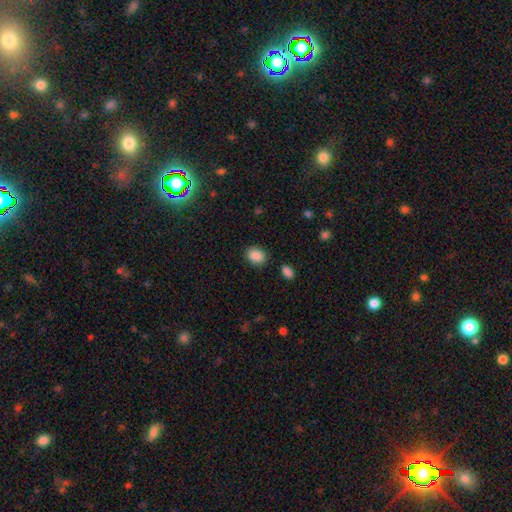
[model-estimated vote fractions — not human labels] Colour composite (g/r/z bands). It shows a smooth galaxy with no disk features (88%) that is in between round and cigar-shaped (55%). Merging: none (86%).